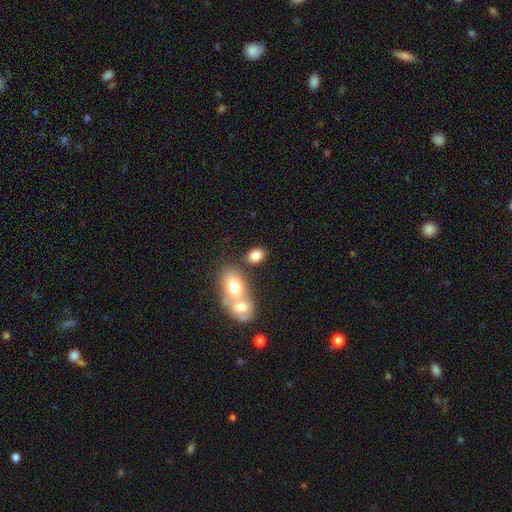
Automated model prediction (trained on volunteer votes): Smooth or featured? Predicted: smooth (p=0.81). How rounded? Predicted: in between (p=0.81). Merging? Predicted: none (p=0.60).